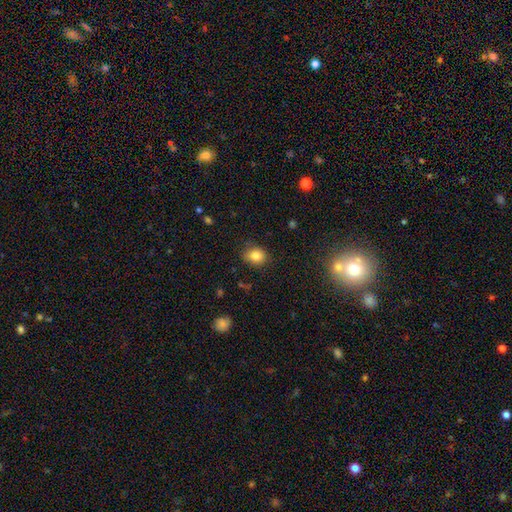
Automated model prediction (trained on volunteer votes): Smooth or featured? smooth (83%)
How rounded? round (55%)
Merging? none (79%)